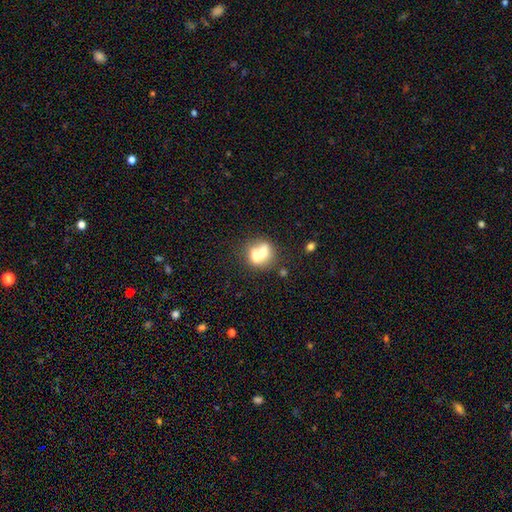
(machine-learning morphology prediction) smooth-or-featured: smooth: 63% | featured or disk: 28% | star or artifact: 9%
  how-rounded: round: 71% | in between: 28% | cigar-shaped: 1%
  merging: merger: 62% | none: 28% | minor disturbance: 7% | major disturbance: 3%